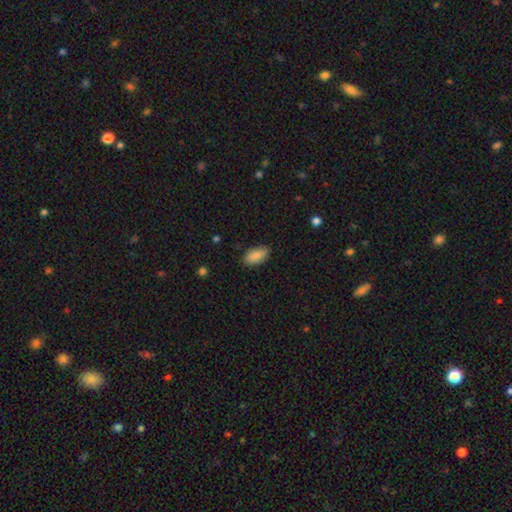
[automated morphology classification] Overall: smooth (87%). How rounded: in between (92%). Merging: none (83%).